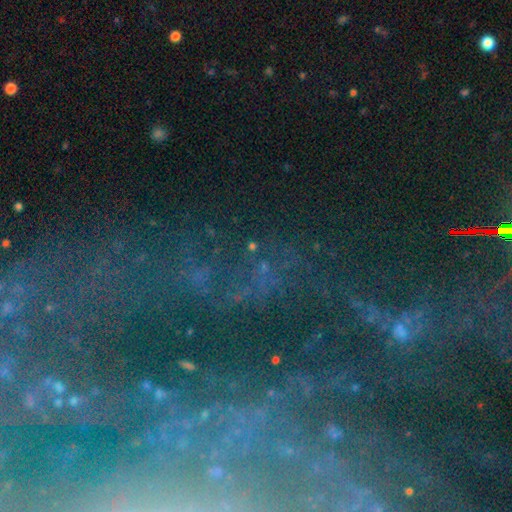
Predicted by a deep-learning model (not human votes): Smooth or featured? star or artifact (54%)